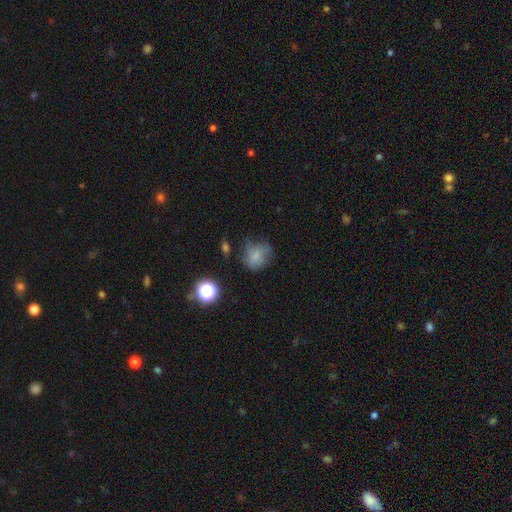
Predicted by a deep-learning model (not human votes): A smooth galaxy with no disk features (69%) that is round (67%). Merging: none (52%).